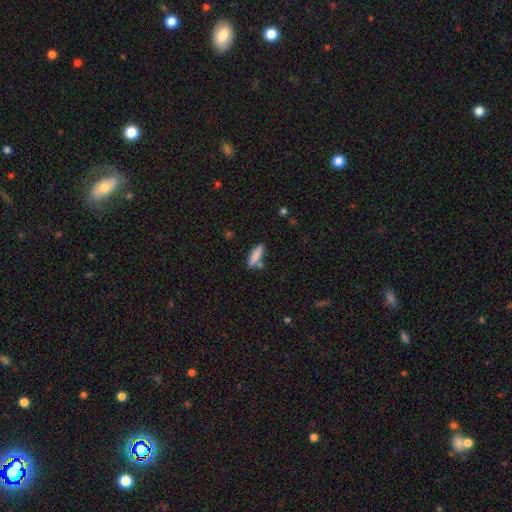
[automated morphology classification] smooth-or-featured: smooth: 85% | featured or disk: 8% | star or artifact: 7%
  how-rounded: cigar-shaped: 58% | in between: 40% | round: 2%
  merging: none: 72% | minor disturbance: 14% | merger: 11% | major disturbance: 3%